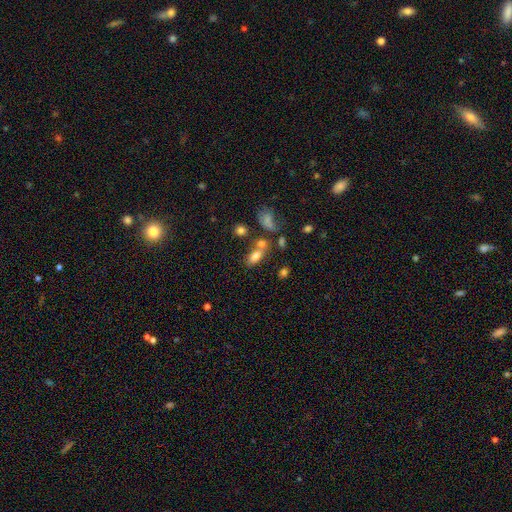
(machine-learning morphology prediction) Smooth or featured? smooth (74%)
How rounded? in between (84%)
Merging? none (44%)